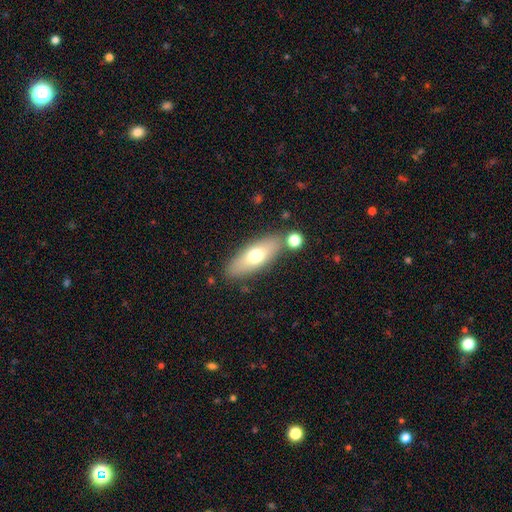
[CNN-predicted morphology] A smooth galaxy with no disk features (65%) that is in between round and cigar-shaped (65%).

Vote fractions:
- Smooth or featured? smooth: 65% / featured or disk: 28% / star or artifact: 7%
- How rounded? in between: 65% / cigar-shaped: 31% / round: 3%
- Merging? none: 79% / minor disturbance: 11% / merger: 7% / major disturbance: 3%